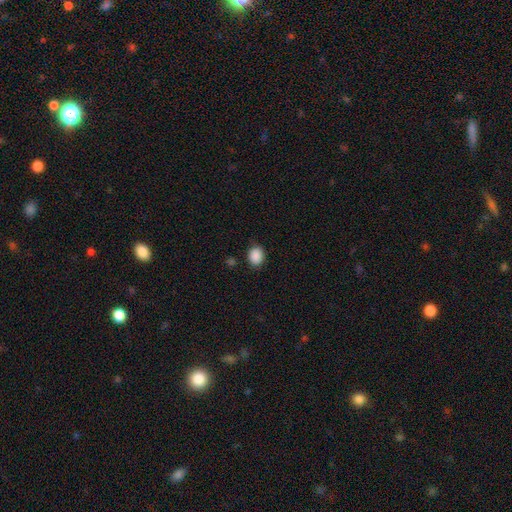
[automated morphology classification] Overall: smooth (89%). How rounded: round (54%; in between 45%). Merging: none (86%).